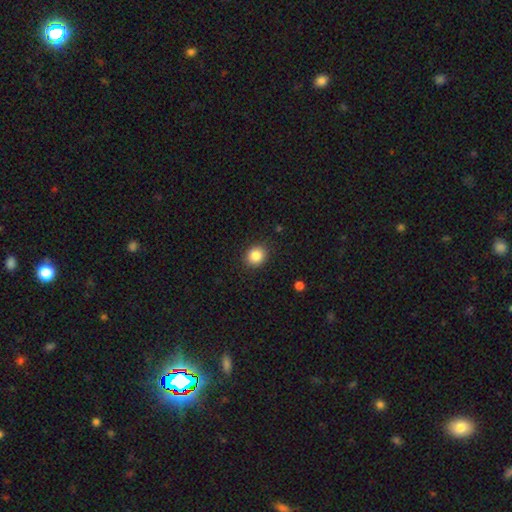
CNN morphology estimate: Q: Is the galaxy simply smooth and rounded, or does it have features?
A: smooth — 86%.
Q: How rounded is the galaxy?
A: round — 77%.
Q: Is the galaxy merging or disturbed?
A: none — 88%.